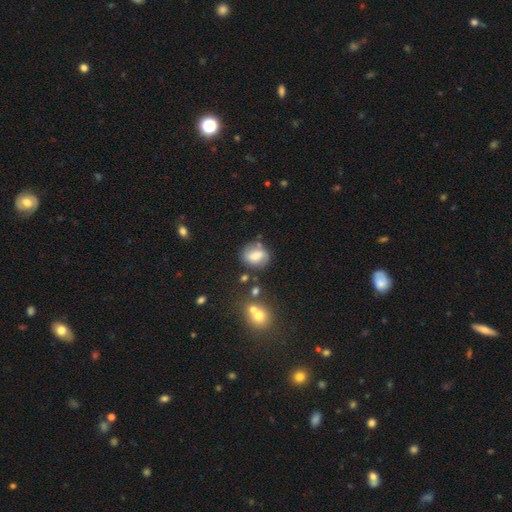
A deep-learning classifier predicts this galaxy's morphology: Overall: smooth (59%; featured or disk 31%). How rounded: in between (49%, tied with round). Merging: none (66%).